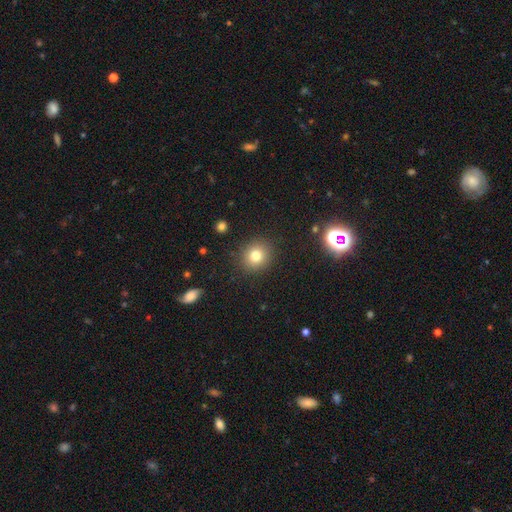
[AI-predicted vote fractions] This is likely a smooth galaxy (79%). How rounded: clearly round (85%). Merging: clearly none (89%).